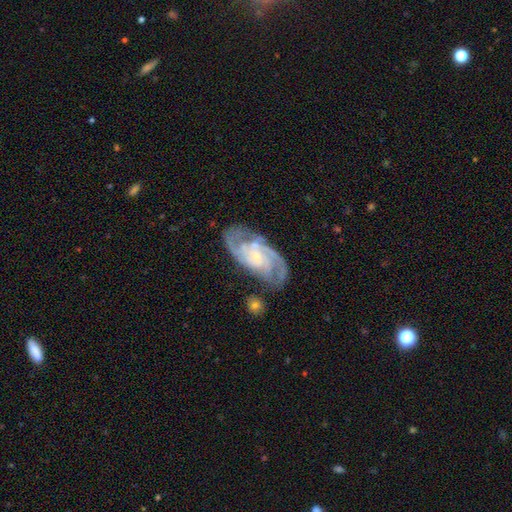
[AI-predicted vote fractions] Overall: featured or disk (87%). Edge-on disk: no (96%). Bar: no (56%; weak 34%). Spiral arms: yes (97%). Spiral arm count: 2 (47%; 3 22%). Spiral winding: tight (51%; medium 41%). Bulge size: small (70%). Merging: none (72%).